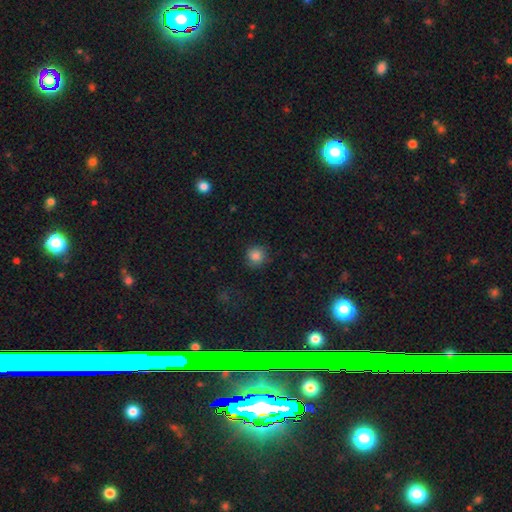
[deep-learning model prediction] smooth-or-featured: smooth: 84% | star or artifact: 11% | featured or disk: 5%
  how-rounded: round: 91% | in between: 8% | cigar-shaped: 1%
  merging: none: 83% | minor disturbance: 12% | major disturbance: 4% | merger: 1%